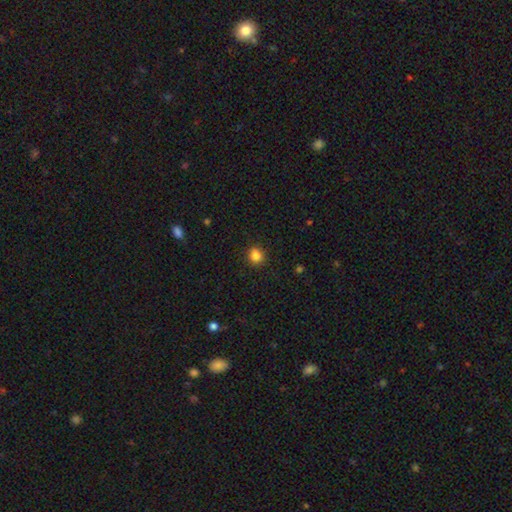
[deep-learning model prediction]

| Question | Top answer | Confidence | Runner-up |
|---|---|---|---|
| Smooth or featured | smooth | 84% | star or artifact (12%) |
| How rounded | round | 80% | in between (19%) |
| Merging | none | 84% | minor disturbance (11%) |